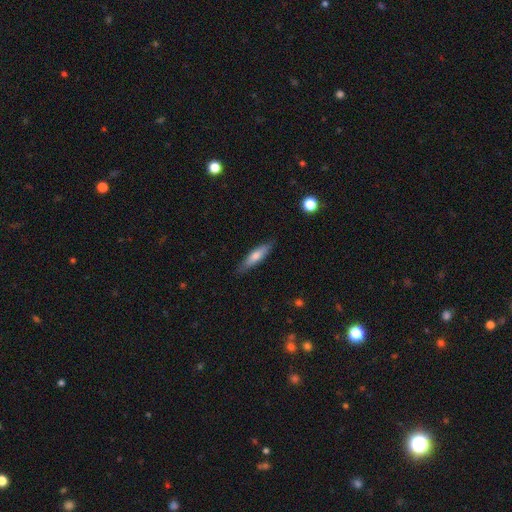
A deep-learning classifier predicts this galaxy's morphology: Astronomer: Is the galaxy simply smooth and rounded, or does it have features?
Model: smooth — 63%.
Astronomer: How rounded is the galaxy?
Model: cigar-shaped — 74%.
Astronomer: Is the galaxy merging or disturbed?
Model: none — 86%.